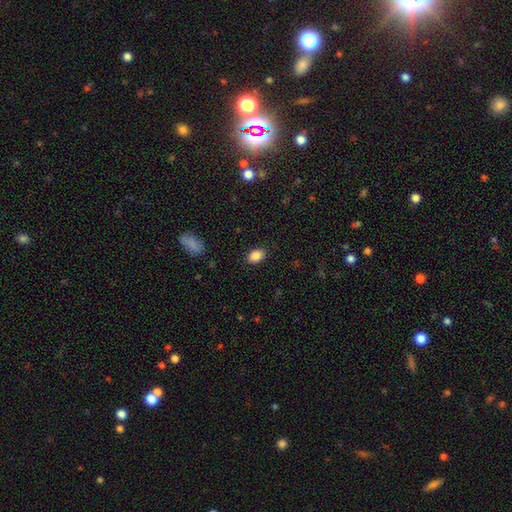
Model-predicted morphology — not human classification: The model was most divided on "how rounded": in between: 83%, round: 15%, cigar-shaped: 1%. More confident: smooth or featured — smooth (88%); merging — none (87%).